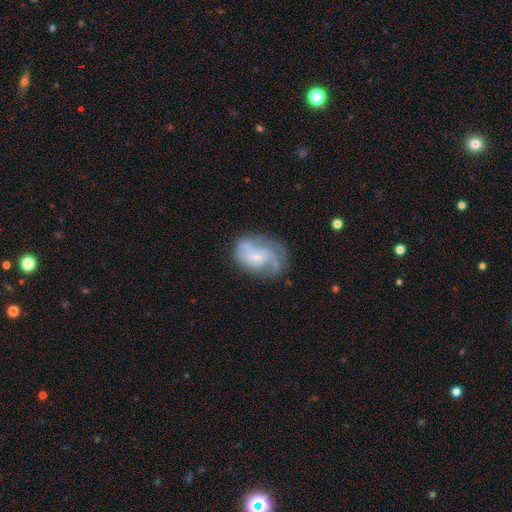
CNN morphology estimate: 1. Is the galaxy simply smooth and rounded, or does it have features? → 71% featured or disk, 22% smooth, 8% star or artifact.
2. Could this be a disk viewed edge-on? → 98% no, 2% yes.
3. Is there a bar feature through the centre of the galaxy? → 65% no, 30% weak, 5% strong.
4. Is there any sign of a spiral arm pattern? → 82% yes, 18% no.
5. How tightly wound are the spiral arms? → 43% medium, 30% tight, 28% loose.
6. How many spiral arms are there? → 33% can't tell, 29% 2, 20% 3, 8% 1, 6% 4, 4% more than 4.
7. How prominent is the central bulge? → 68% small, 20% moderate, 9% none, 2% large, 1% dominant.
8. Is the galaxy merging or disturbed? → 50% none, 25% minor disturbance, 20% major disturbance, 5% merger.